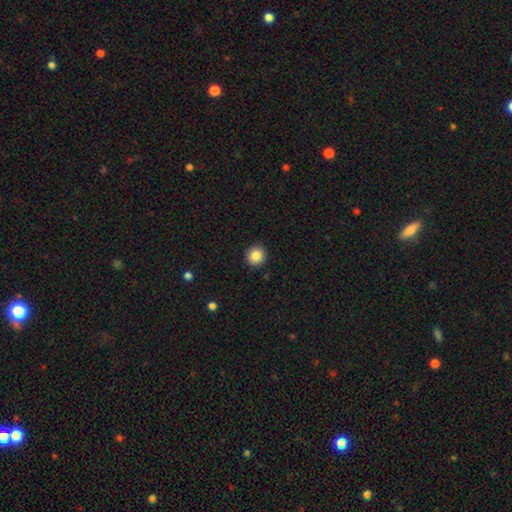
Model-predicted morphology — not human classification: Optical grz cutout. It shows a smooth galaxy with no disk features (86%) that is round (93%). Merging: none (92%).